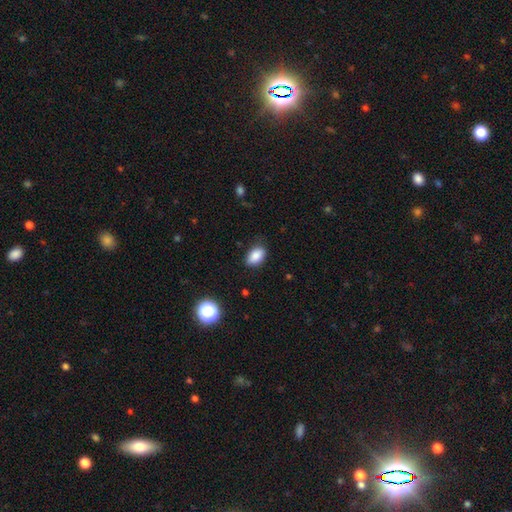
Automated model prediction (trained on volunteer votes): This is clearly a smooth galaxy (87%). How rounded: clearly in between (89%). Merging: clearly none (82%).